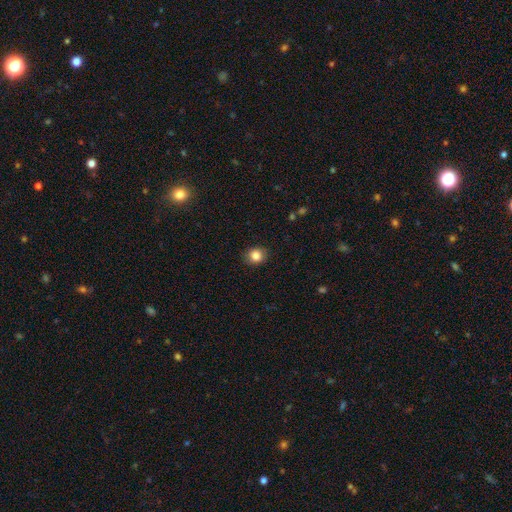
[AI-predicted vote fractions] Smooth or featured: smooth — 85% (star or artifact — 10%)
How rounded: round — 74% (in between — 25%)
Merging: none — 87% (minor disturbance — 10%)